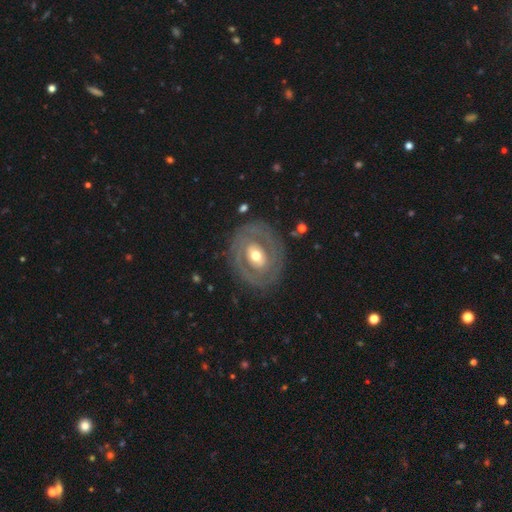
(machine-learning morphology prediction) smooth-or-featured: featured or disk: 72% | smooth: 23% | star or artifact: 5%
  disk-edge-on: no: 95% | yes: 5%
    bar: no: 54% | weak: 30% | strong: 16%
    has-spiral-arms: no: 55% | yes: 45%
    bulge-size: moderate: 69% | small: 18% | large: 11% | dominant: 1% | none: 1%
  merging: none: 78% | minor disturbance: 14% | major disturbance: 7% | merger: 1%